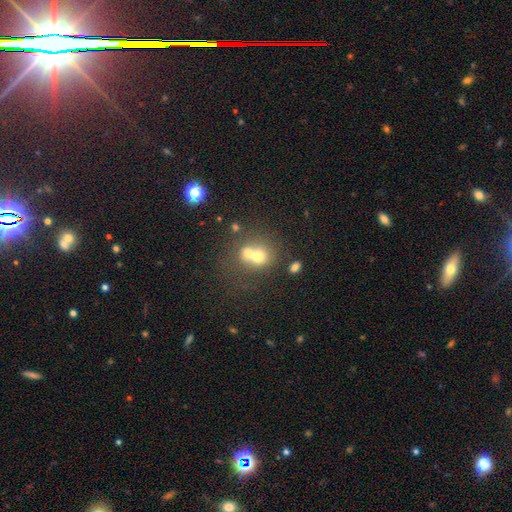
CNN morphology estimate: This is likely a smooth galaxy (63%). How rounded: likely round (68%). Merging: likely merger (63%).